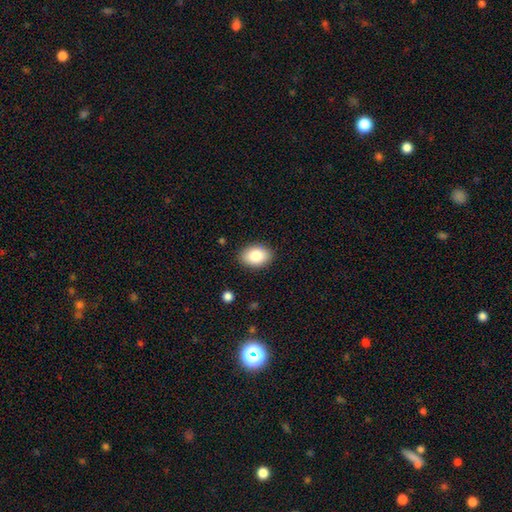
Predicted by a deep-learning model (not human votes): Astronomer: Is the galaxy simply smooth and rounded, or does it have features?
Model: smooth — 85%.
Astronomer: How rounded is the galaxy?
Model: in between — 83%.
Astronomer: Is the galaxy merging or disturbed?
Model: none — 88%.